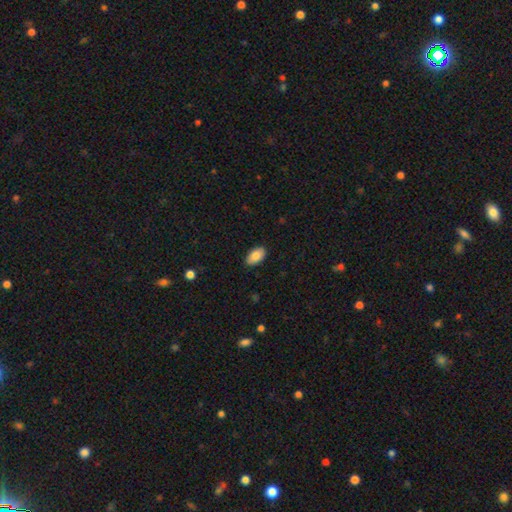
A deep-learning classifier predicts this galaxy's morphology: The model was most divided on "smooth or featured": smooth: 83%, featured or disk: 11%, star or artifact: 7%. More confident: how rounded — in between (94%); merging — none (88%).